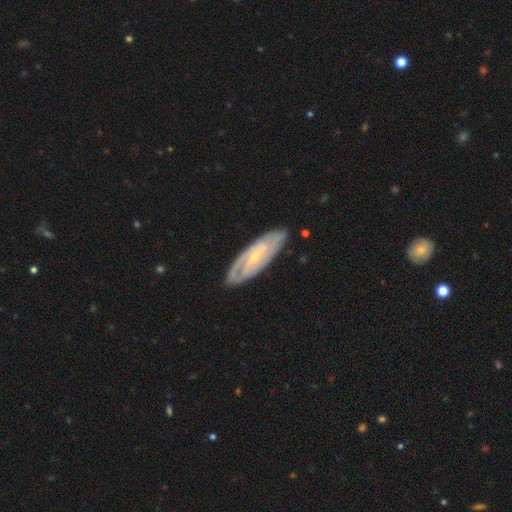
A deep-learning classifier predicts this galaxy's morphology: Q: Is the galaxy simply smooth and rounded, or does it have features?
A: featured or disk — 77%.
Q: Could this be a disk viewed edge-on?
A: no — 86%.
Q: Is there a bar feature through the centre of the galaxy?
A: no — 55%.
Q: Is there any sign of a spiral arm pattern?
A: yes — 89%.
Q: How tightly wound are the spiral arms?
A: tight — 62%.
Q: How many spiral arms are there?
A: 2 — 41%.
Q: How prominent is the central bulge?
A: small — 78%.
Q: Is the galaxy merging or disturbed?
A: none — 80%.